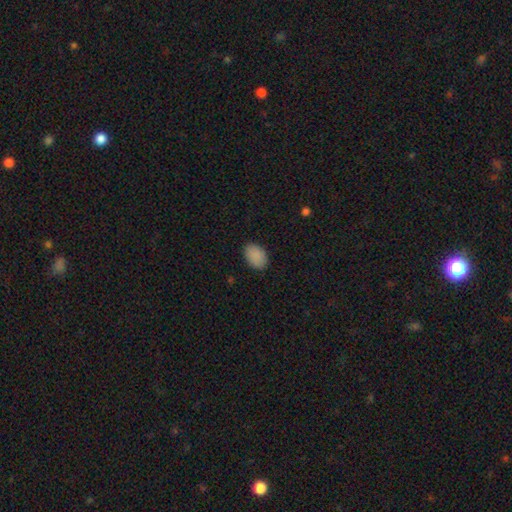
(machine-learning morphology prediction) smooth 89%, star or artifact 8%, featured or disk 3%. Down the decision tree: how rounded — in between (84%); merging — none (86%).